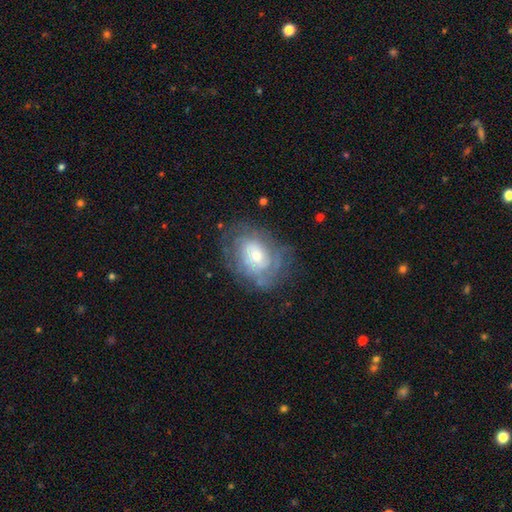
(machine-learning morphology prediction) The model was most divided on "bulge size": moderate: 50%, small: 38%, large: 9%, none: 2%, dominant: 1%. More confident: edge-on disk — no (96%); bar — no (77%); spiral arms — yes (72%); merging — none (67%); smooth or featured — featured or disk (67%).